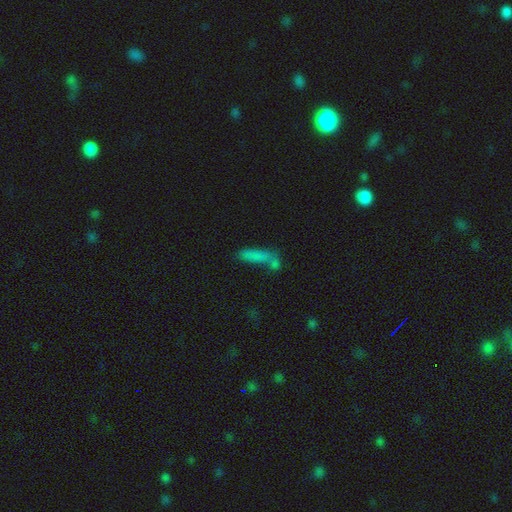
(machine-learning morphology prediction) This is likely a smooth galaxy (75%). How rounded: likely cigar-shaped (69%). Merging: possibly none (48%).